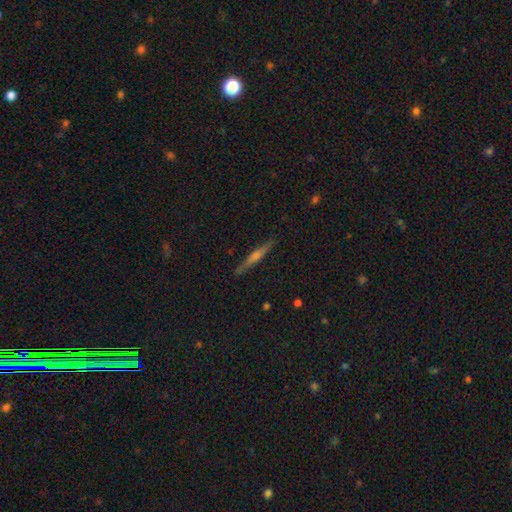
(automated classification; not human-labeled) A featured or disk galaxy (68%) viewed edge-on (98%) with a rounded central bulge (65%).

Vote fractions:
- Smooth or featured? featured or disk: 68% / smooth: 24% / star or artifact: 8%
- Edge-on disk? yes: 98% / no: 2%
- Edge-on bulge? rounded: 65% / none: 21% / boxy: 15%
- Merging? none: 90% / minor disturbance: 7% / major disturbance: 1% / merger: 1%